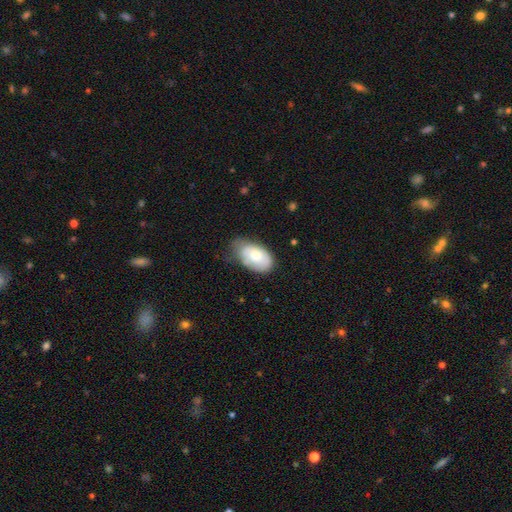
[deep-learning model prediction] smooth_or_featured: smooth (p=0.69) [alt: featured or disk p=0.25]
how_rounded: in between (p=0.93) [alt: round p=0.06]
merging: none (p=0.50) [alt: minor disturbance p=0.37]